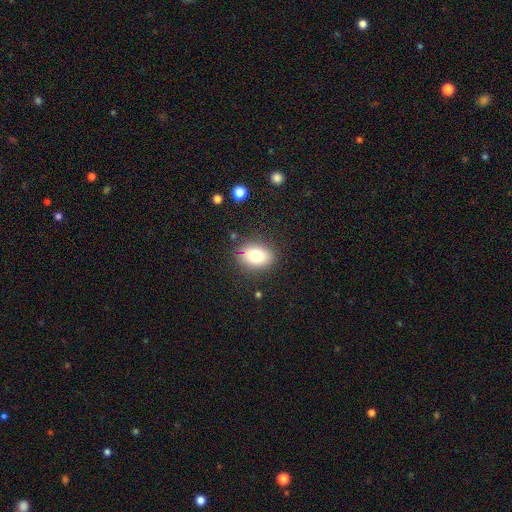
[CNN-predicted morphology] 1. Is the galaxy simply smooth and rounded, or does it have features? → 79% smooth, 11% featured or disk, 10% star or artifact.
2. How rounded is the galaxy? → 66% in between, 33% round, 1% cigar-shaped.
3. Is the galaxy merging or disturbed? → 84% none, 11% minor disturbance, 3% major disturbance, 2% merger.